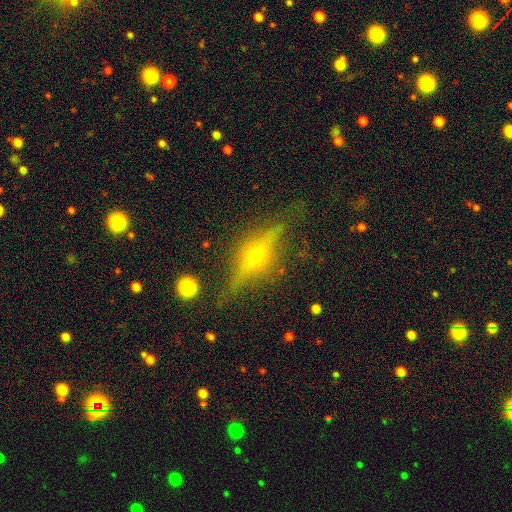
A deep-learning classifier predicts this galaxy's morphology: Smooth or featured? featured or disk (76%)
Edge-on disk? yes (93%)
Edge-on bulge? rounded (94%)
Merging? none (80%)